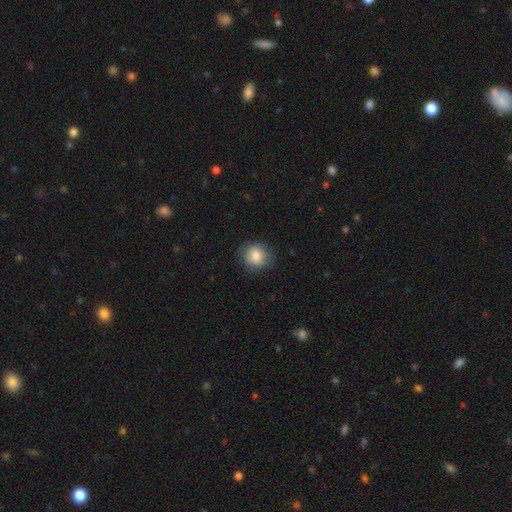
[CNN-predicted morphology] smooth-or-featured: smooth: 81% | featured or disk: 11% | star or artifact: 8%
  how-rounded: round: 81% | in between: 18% | cigar-shaped: 1%
  merging: none: 81% | minor disturbance: 14% | major disturbance: 4% | merger: 1%